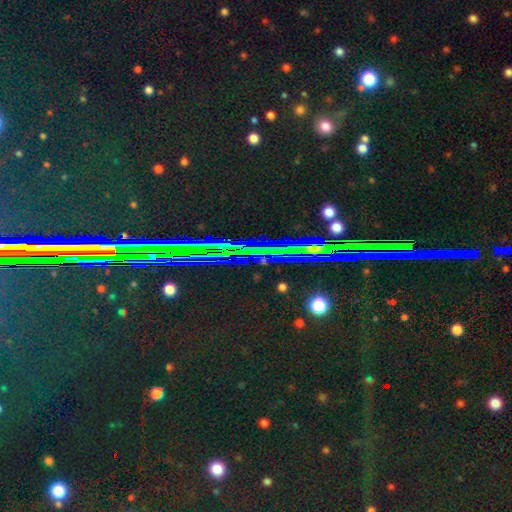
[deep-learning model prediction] Smooth or featured? Predicted: star or artifact (p=0.86).